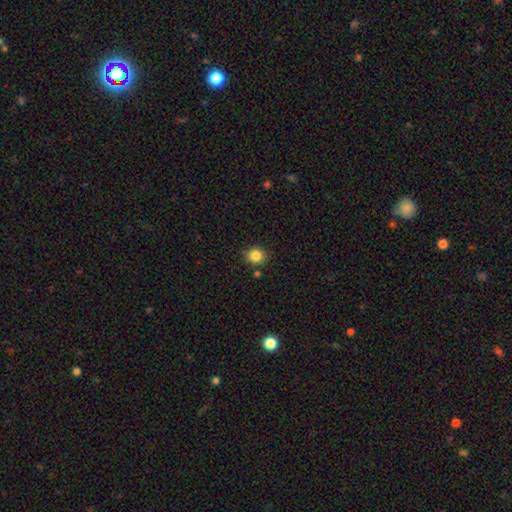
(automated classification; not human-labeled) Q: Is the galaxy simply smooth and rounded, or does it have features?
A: smooth — 85%.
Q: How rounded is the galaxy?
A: round — 88%.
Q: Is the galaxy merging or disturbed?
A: none — 84%.